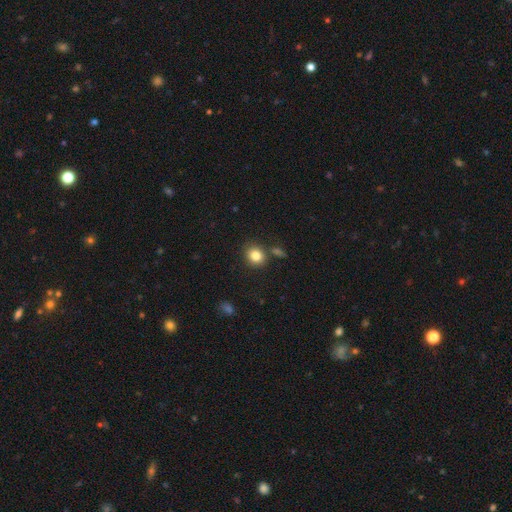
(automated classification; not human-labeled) smooth-or-featured: smooth: 83% | star or artifact: 10% | featured or disk: 7%
  how-rounded: round: 74% | in between: 25% | cigar-shaped: 1%
  merging: none: 79% | minor disturbance: 10% | merger: 8% | major disturbance: 3%